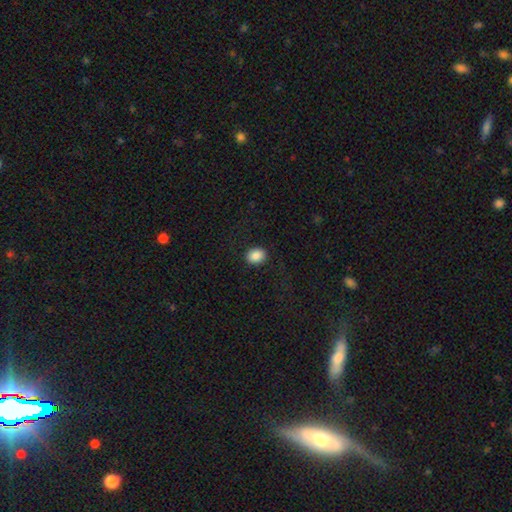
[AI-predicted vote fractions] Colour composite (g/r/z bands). It shows a smooth galaxy with no disk features (88%) that is in between round and cigar-shaped (52%). Merging: none (89%).